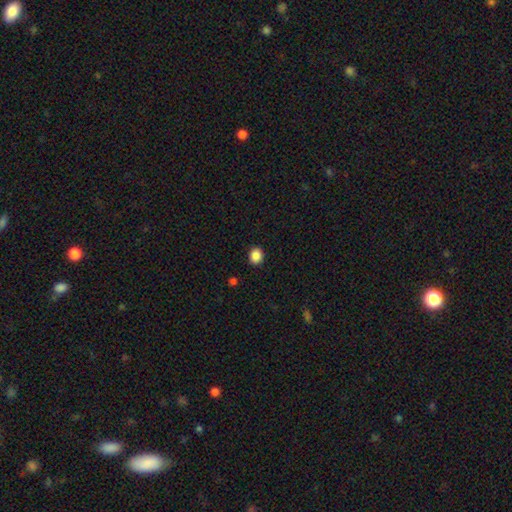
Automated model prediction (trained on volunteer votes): Overall: smooth (87%). How rounded: round (69%; in between 30%). Merging: none (91%).